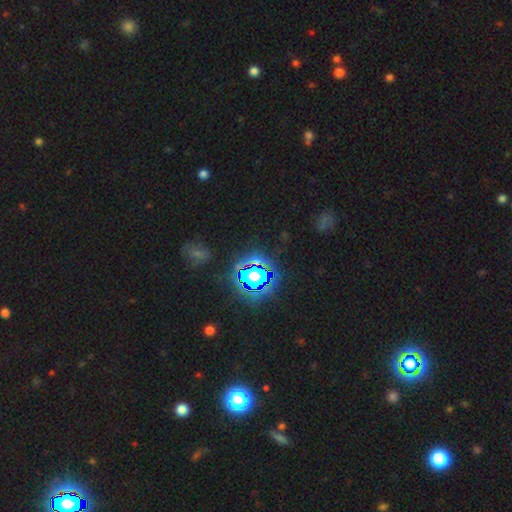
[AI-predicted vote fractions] Overall: star or artifact (80%).